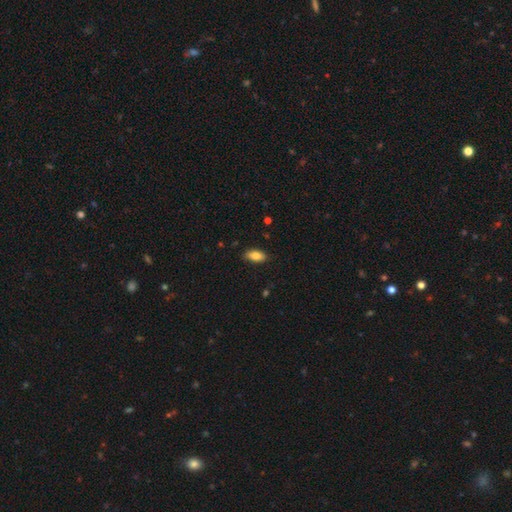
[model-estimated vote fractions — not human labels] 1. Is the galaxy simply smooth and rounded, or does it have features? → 84% smooth, 9% featured or disk, 7% star or artifact.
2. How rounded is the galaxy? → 90% in between, 7% cigar-shaped, 3% round.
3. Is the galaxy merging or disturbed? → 85% none, 12% minor disturbance, 2% major disturbance, 1% merger.